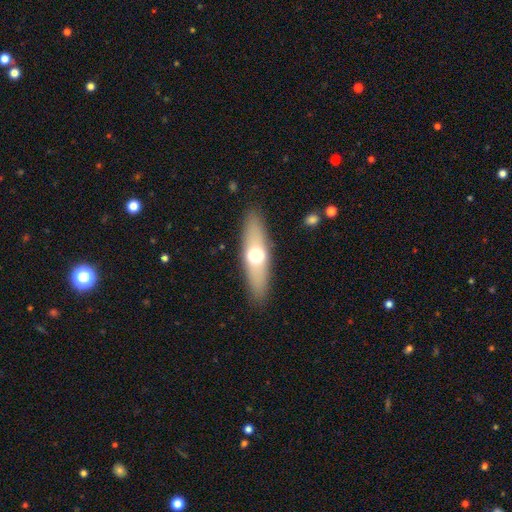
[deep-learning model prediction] A smooth galaxy with no disk features (55%) that is cigar-shaped (59%). Merging: none (88%).